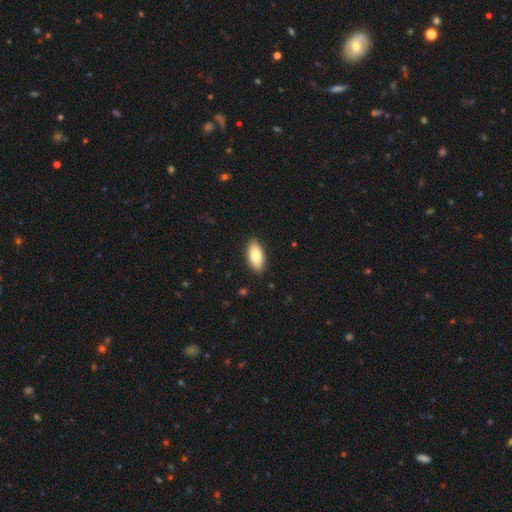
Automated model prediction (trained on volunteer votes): Overall: smooth (80%). How rounded: in between (90%). Merging: none (90%).